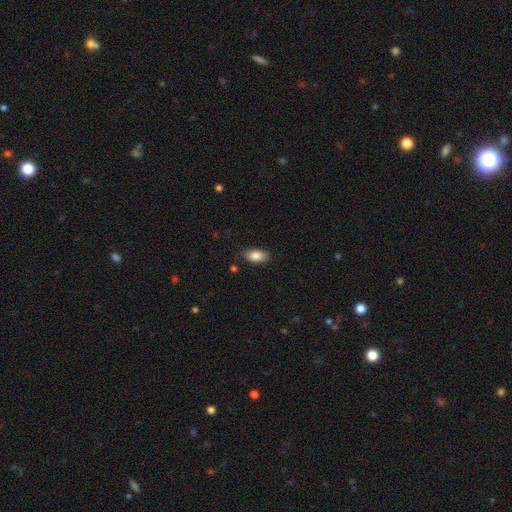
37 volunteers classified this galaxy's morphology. Overall: smooth (78%). How rounded: in between (93%). Merging: none (86%).